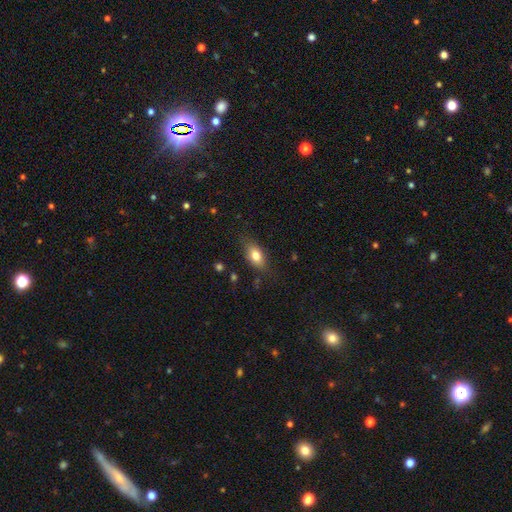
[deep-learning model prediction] smooth_or_featured: smooth (p=0.78) [alt: featured or disk p=0.14]
how_rounded: in between (p=0.84) [alt: round p=0.09]
merging: none (p=0.77) [alt: minor disturbance p=0.17]